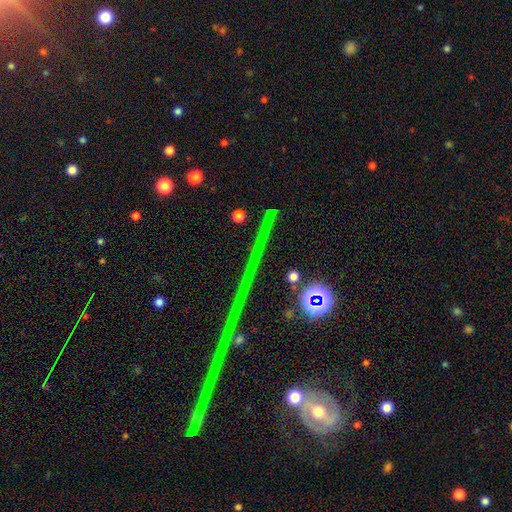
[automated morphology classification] Q: Smooth or featured?
A: star or artifact (70%); runner-up: featured or disk (15%)